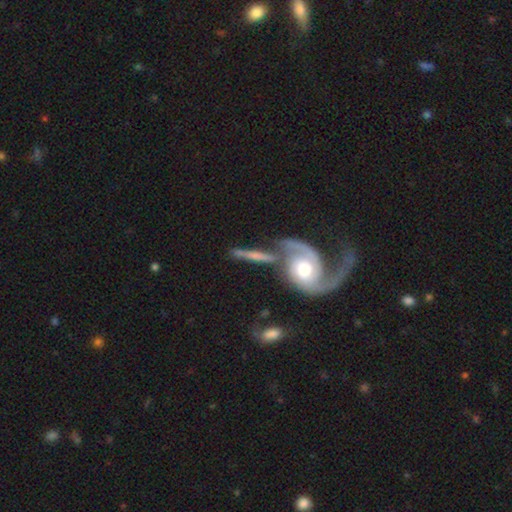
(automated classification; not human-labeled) Morphology: type=featured or disk (59%); edge-on=no (60%); merging=none (43%).